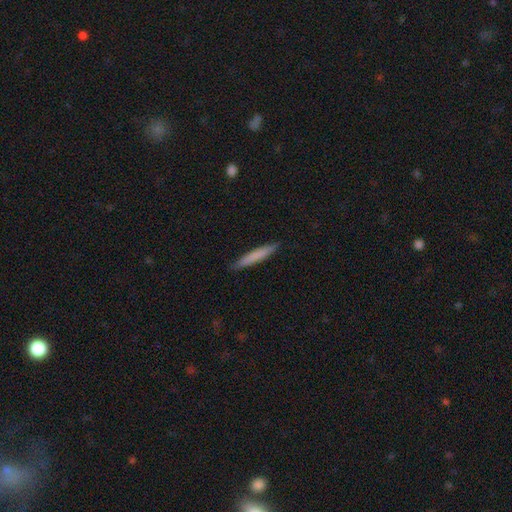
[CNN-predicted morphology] This is likely a smooth galaxy (77%). How rounded: clearly cigar-shaped (94%). Merging: clearly none (89%).